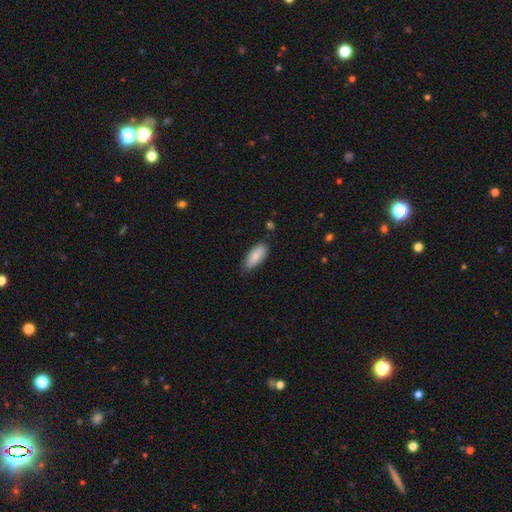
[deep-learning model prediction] Morphology: type=smooth (86%); roundness=in between (79%); merging=none (78%).